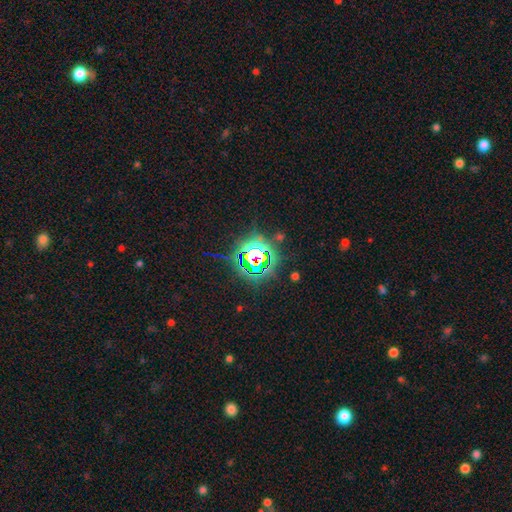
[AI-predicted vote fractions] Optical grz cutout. It shows a star or artifact, not a galaxy (78%).